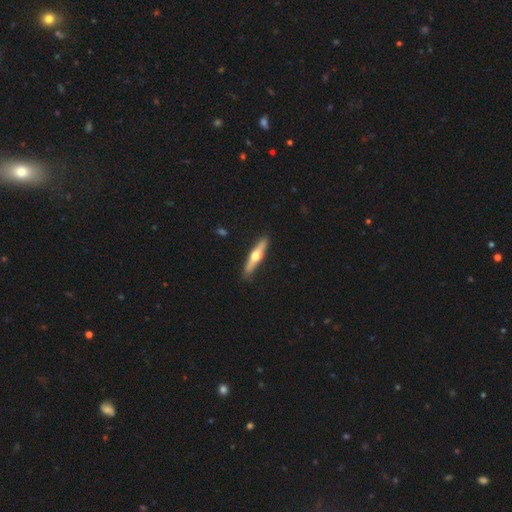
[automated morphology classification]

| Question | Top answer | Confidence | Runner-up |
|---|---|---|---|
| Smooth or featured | featured or disk | 56% | smooth (39%) |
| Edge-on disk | yes | 93% | no (7%) |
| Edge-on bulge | rounded | 94% | none (4%) |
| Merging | none | 89% | minor disturbance (8%) |